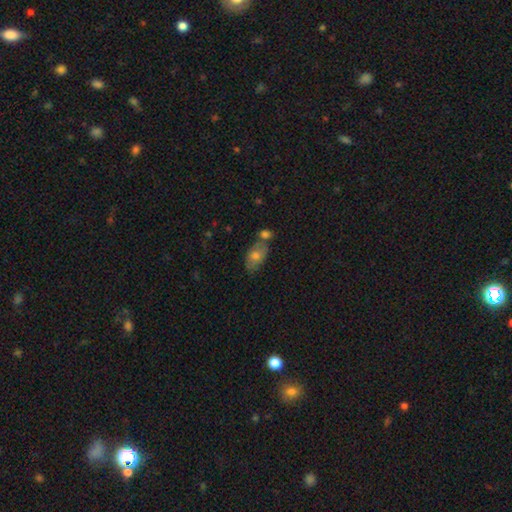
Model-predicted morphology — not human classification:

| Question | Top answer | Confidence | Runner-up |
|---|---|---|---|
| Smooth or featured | smooth | 63% | featured or disk (26%) |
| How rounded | in between | 86% | round (10%) |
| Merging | none | 53% | merger (25%) |